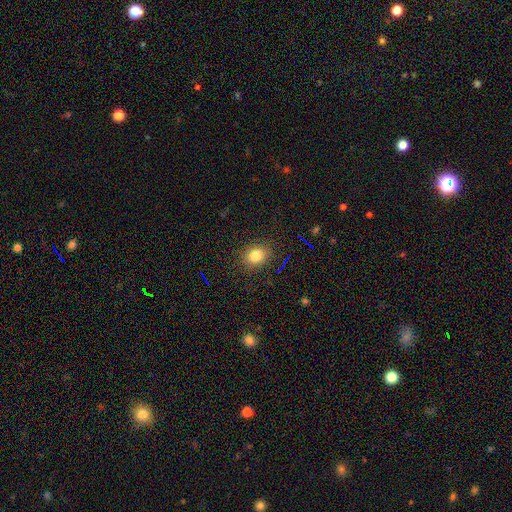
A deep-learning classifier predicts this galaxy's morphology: This is clearly a smooth galaxy (81%). How rounded: possibly round (52%). Merging: clearly none (86%).